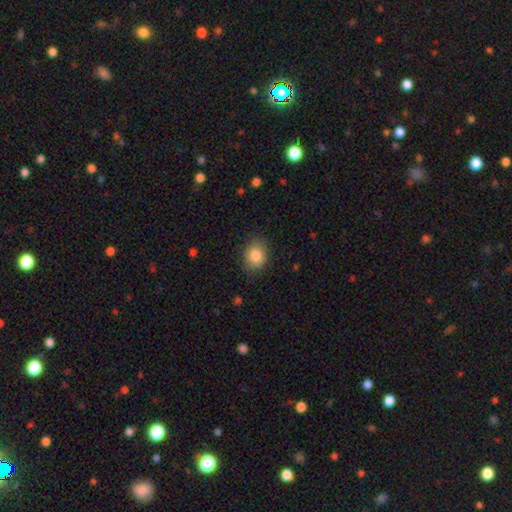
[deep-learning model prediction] smooth 84%, star or artifact 9%, featured or disk 7%. Down the decision tree: how rounded — in between (50%); merging — none (82%).